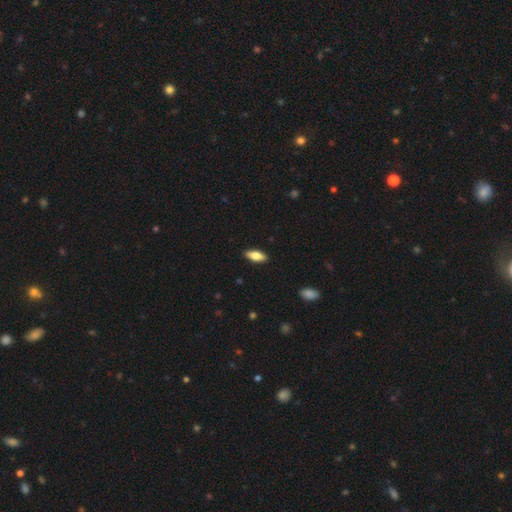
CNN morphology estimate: This appears to be a smooth galaxy with no disk features (70%) that is in between round and cigar-shaped (76%). Merging: none (89%).